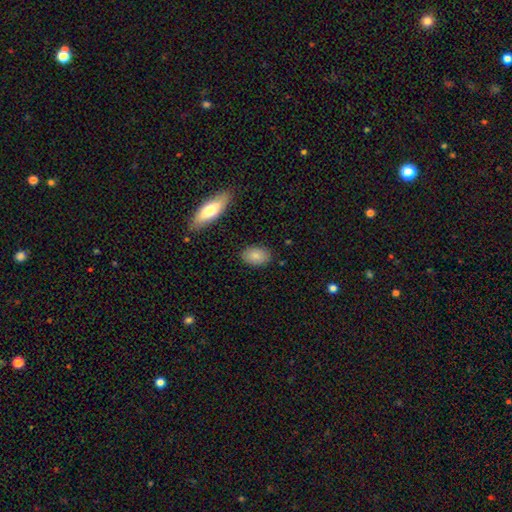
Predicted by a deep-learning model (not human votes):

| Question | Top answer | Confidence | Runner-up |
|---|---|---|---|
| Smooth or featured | smooth | 86% | featured or disk (7%) |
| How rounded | in between | 90% | round (8%) |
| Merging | none | 86% | minor disturbance (10%) |